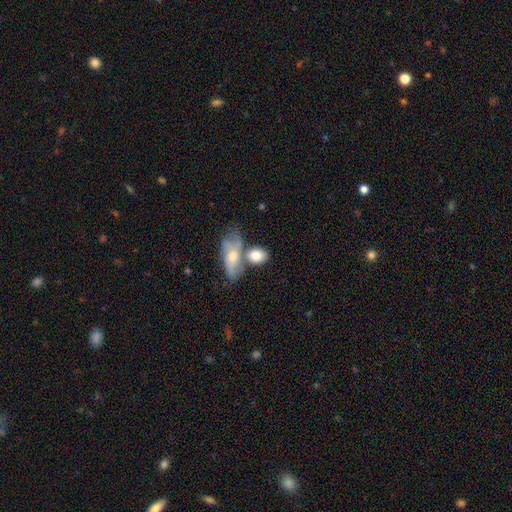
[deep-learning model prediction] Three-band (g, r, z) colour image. It shows a smooth galaxy with no disk features (76%) that is in between round and cigar-shaped (70%). Merging: merger (43%).